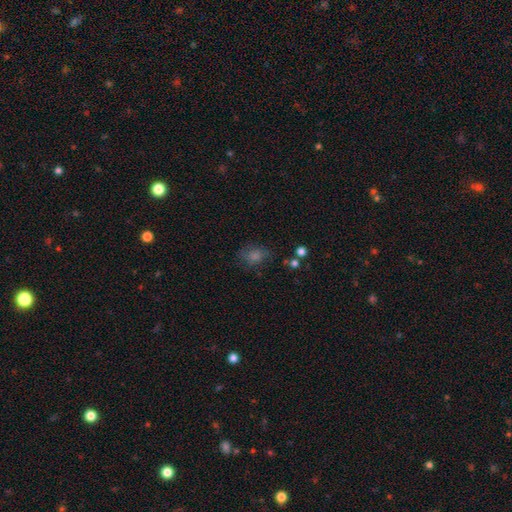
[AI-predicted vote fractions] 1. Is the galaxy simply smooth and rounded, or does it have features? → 51% smooth, 26% star or artifact, 23% featured or disk.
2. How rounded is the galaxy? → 58% in between, 40% round, 2% cigar-shaped.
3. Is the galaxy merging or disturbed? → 65% none, 20% minor disturbance, 11% major disturbance, 3% merger.